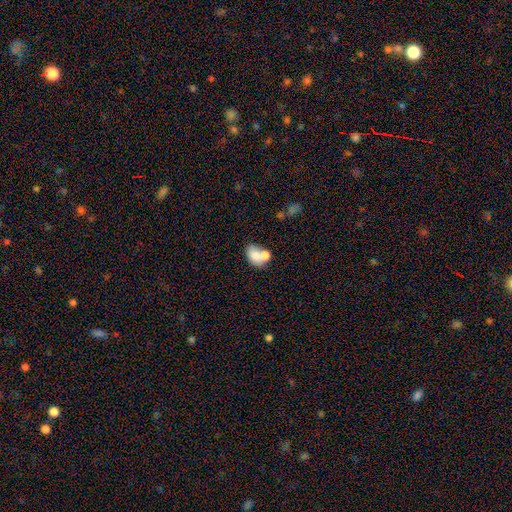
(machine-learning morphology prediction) Q: Smooth or featured?
A: smooth (74%); runner-up: featured or disk (17%)
Q: How rounded?
A: in between (75%); runner-up: round (23%)
Q: Merging?
A: merger (46%); runner-up: none (34%)